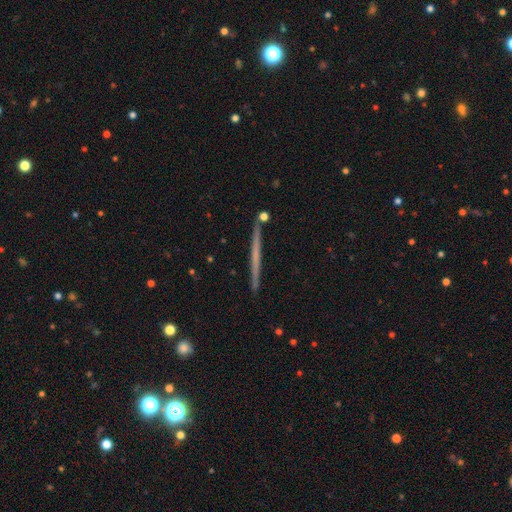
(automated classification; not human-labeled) Morphology: type=featured or disk (56%); edge-on=yes (98%); edge-on bulge=none (88%); merging=none (91%).